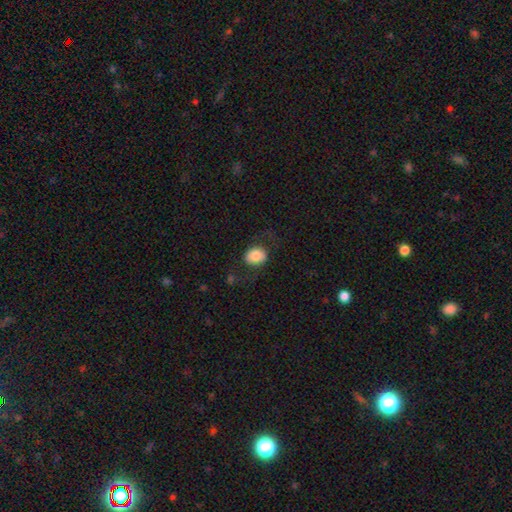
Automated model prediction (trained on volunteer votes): smooth-or-featured: smooth: 75% | featured or disk: 17% | star or artifact: 8%
  how-rounded: in between: 52% | round: 47% | cigar-shaped: 1%
  merging: none: 71% | minor disturbance: 16% | major disturbance: 11% | merger: 2%